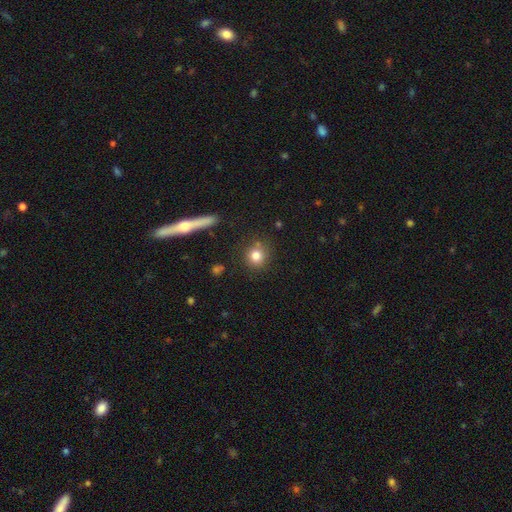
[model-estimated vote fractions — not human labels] smooth-or-featured: smooth: 81% | star or artifact: 11% | featured or disk: 8%
  how-rounded: round: 88% | in between: 11% | cigar-shaped: 2%
  merging: none: 79% | minor disturbance: 11% | merger: 6% | major disturbance: 4%